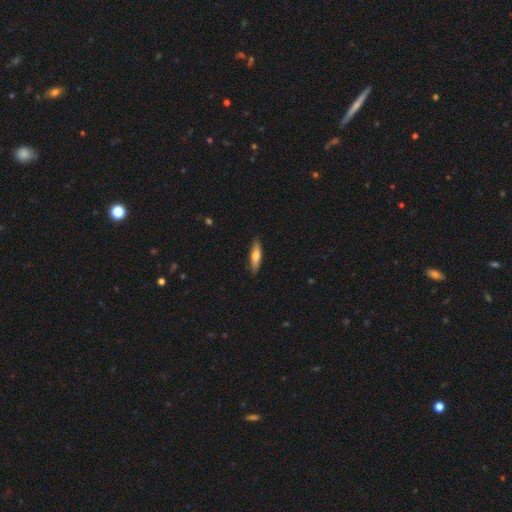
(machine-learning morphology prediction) Smooth or featured?
  - smooth: 61% *
  - featured or disk: 33%
  - star or artifact: 6%
How rounded?
  - cigar-shaped: 70% *
  - in between: 28%
  - round: 2%
Merging?
  - none: 86% *
  - minor disturbance: 11%
  - major disturbance: 2%
  - merger: 1%